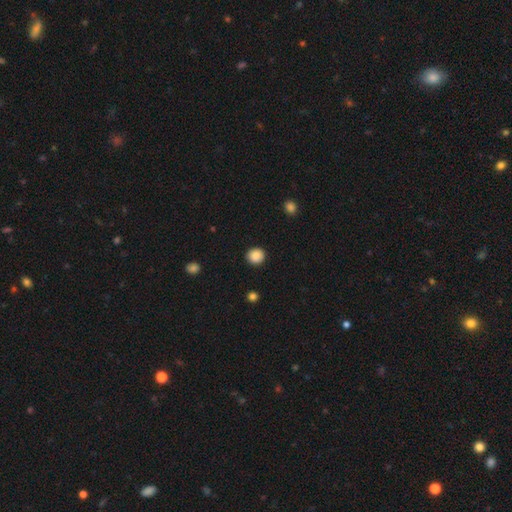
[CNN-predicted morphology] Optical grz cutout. It shows a smooth galaxy with no disk features (88%) that is round (91%). Merging: none (92%).